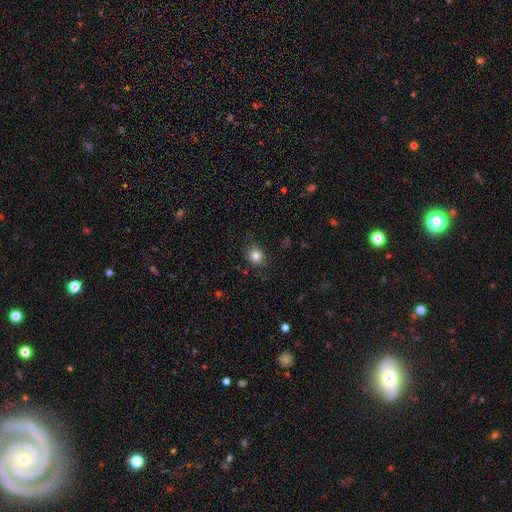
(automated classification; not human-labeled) A smooth galaxy with no disk features (83%) that is round (59%). Merging: none (83%).